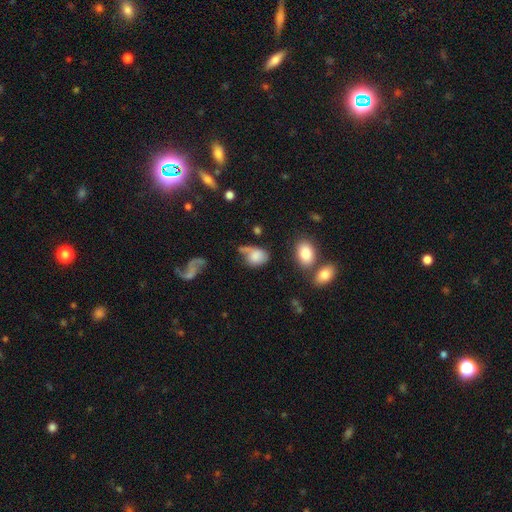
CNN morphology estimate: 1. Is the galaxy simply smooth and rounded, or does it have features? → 70% smooth, 20% featured or disk, 10% star or artifact.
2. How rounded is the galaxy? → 70% in between, 29% round, 2% cigar-shaped.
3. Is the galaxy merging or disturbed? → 32% none, 31% minor disturbance, 26% major disturbance, 12% merger.